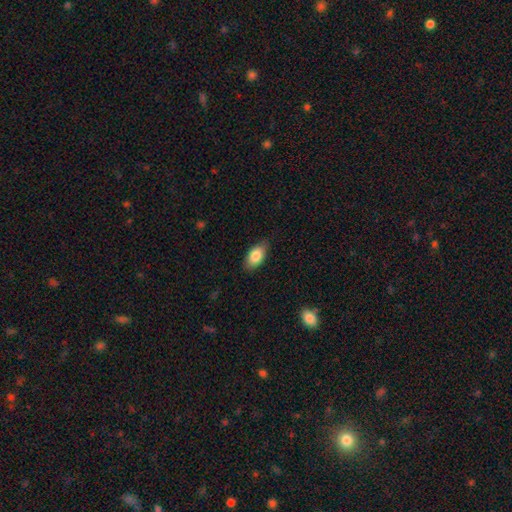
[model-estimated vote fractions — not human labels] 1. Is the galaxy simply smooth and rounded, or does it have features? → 84% smooth, 9% featured or disk, 7% star or artifact.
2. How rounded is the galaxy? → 91% in between, 5% round, 3% cigar-shaped.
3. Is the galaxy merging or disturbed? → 80% none, 16% minor disturbance, 3% major disturbance, 1% merger.